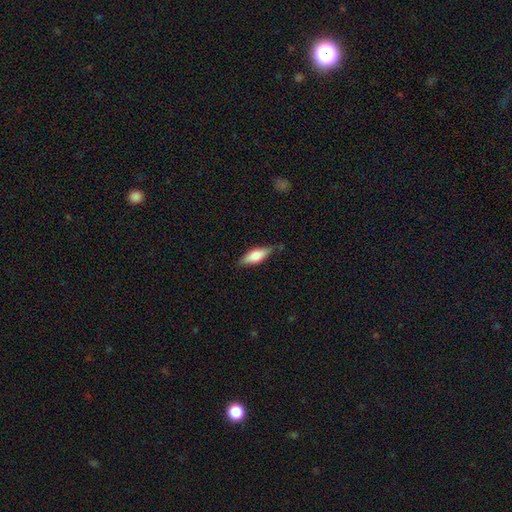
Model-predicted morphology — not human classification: Smooth or featured?
  - smooth: 67% *
  - featured or disk: 27%
  - star or artifact: 6%
How rounded?
  - in between: 61% *
  - cigar-shaped: 37%
  - round: 2%
Merging?
  - none: 75% *
  - minor disturbance: 19%
  - major disturbance: 4%
  - merger: 2%